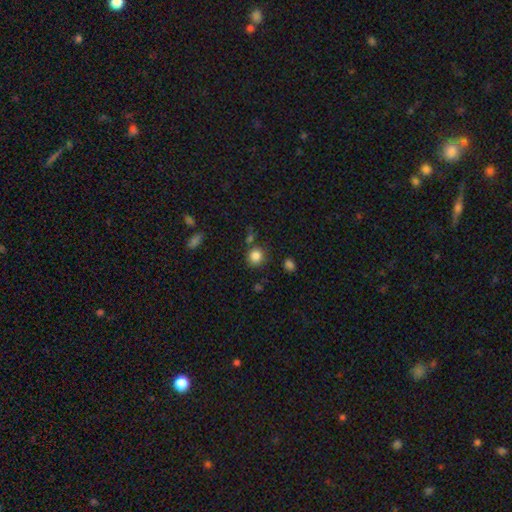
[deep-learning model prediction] This appears to be a smooth galaxy with no disk features (85%) that is round (87%). Merging: none (79%).